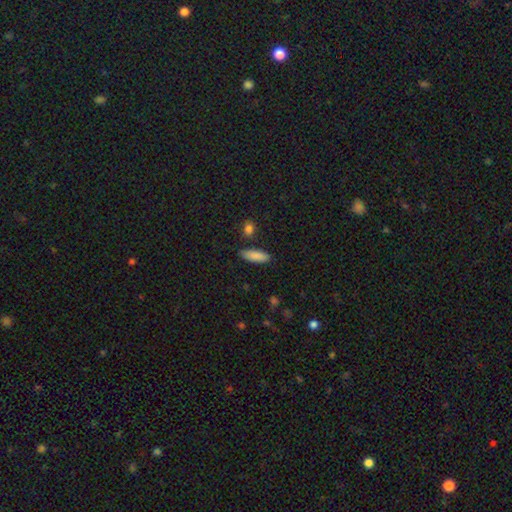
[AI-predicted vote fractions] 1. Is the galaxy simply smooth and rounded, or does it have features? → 87% smooth, 7% star or artifact, 6% featured or disk.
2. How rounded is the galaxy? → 61% in between, 37% cigar-shaped, 2% round.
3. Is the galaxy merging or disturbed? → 82% none, 12% minor disturbance, 4% merger, 3% major disturbance.